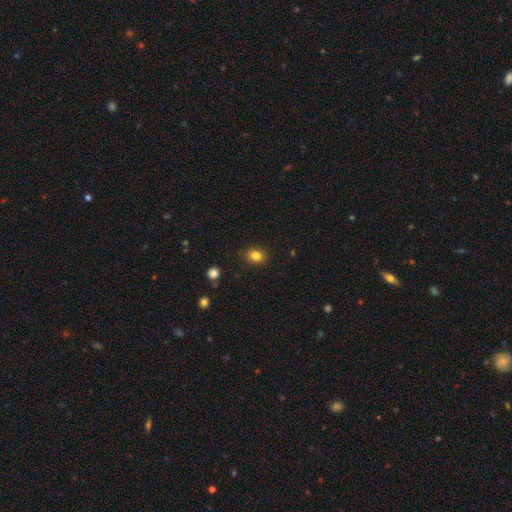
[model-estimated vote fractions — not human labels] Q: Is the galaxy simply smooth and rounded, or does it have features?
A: smooth — 83%.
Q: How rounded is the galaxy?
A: in between — 51%.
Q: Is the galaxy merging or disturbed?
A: none — 84%.